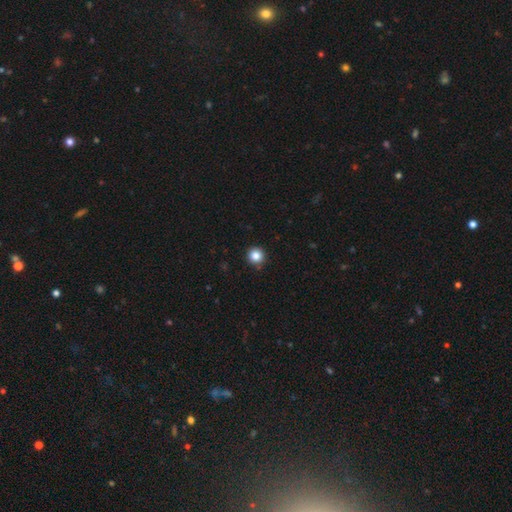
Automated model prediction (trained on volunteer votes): Smooth or featured? Predicted: smooth (p=0.85). How rounded? Predicted: round (p=0.96). Merging? Predicted: none (p=0.92).